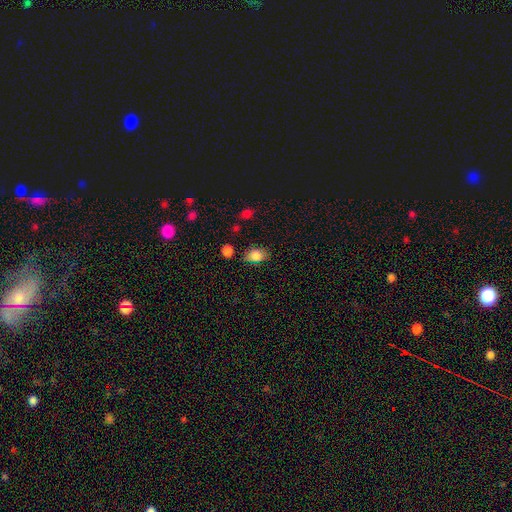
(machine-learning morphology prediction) A smooth galaxy with no disk features (81%) that is in between round and cigar-shaped (79%). Merging: none (77%).